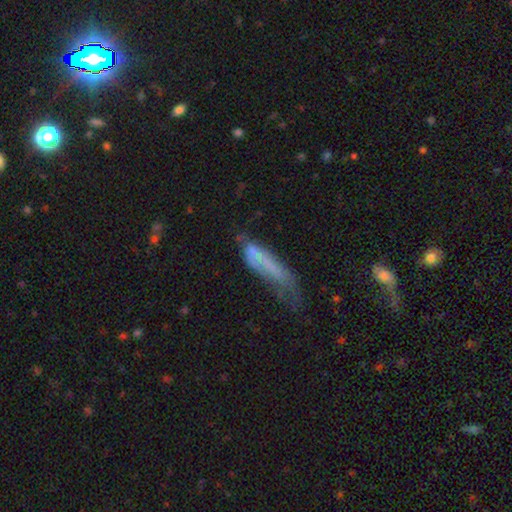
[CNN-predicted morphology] Q: Smooth or featured?
A: smooth (55%); runner-up: featured or disk (36%)
Q: How rounded?
A: cigar-shaped (62%); runner-up: in between (35%)
Q: Merging?
A: major disturbance (41%); runner-up: minor disturbance (26%)